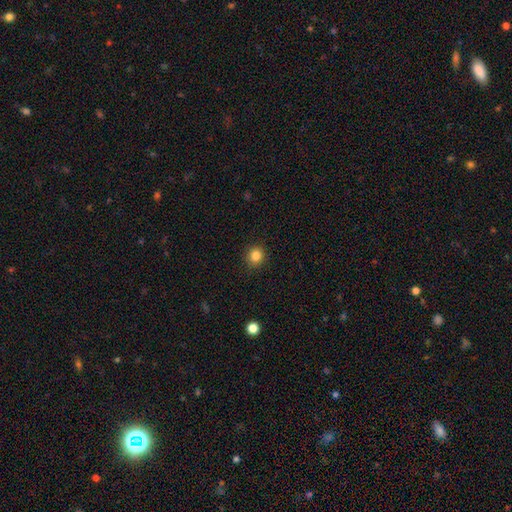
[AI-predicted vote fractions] A smooth galaxy with no disk features (84%) that is round (90%). Merging: none (91%).